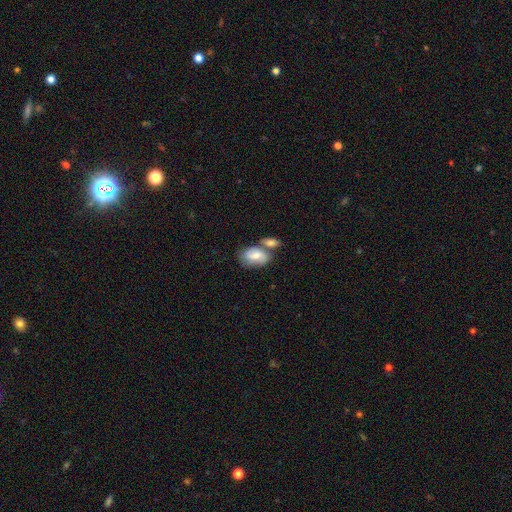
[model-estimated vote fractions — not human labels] smooth 68%, featured or disk 25%, star or artifact 7%. Down the decision tree: how rounded — in between (88%); merging — merger (46%).